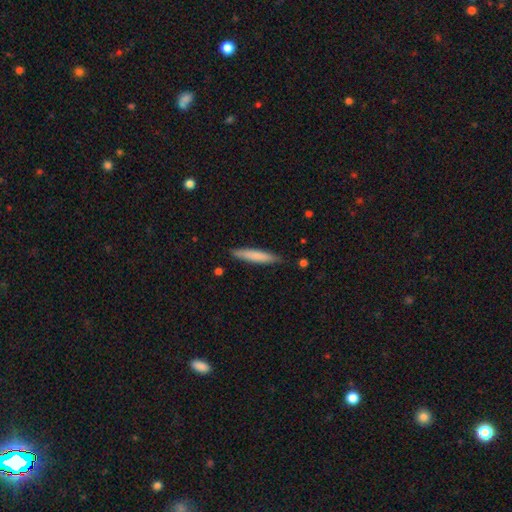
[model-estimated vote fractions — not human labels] Smooth or featured: smooth — 75% (featured or disk — 20%)
How rounded: cigar-shaped — 91% (in between — 8%)
Merging: none — 87% (minor disturbance — 10%)